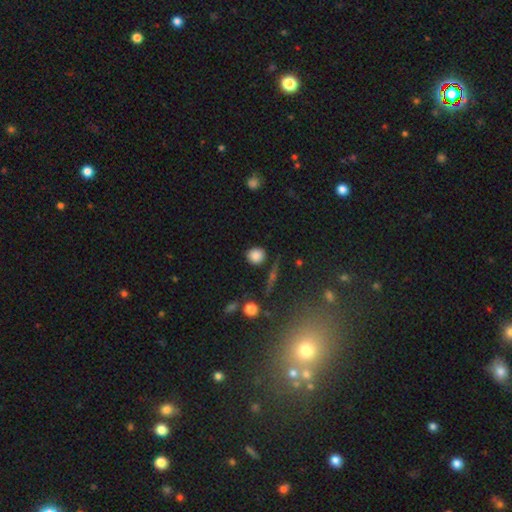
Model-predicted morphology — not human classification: A smooth galaxy with no disk features (83%) that is round (86%).

Vote fractions:
- Smooth or featured? smooth: 83% / star or artifact: 11% / featured or disk: 6%
- How rounded? round: 86% / in between: 13% / cigar-shaped: 2%
- Merging? none: 81% / minor disturbance: 12% / merger: 4% / major disturbance: 3%